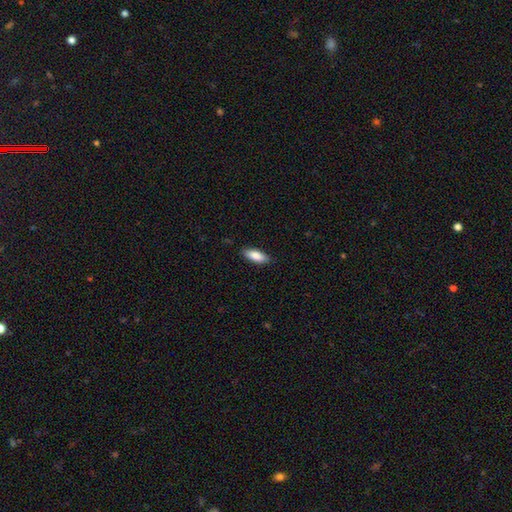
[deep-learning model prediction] Smooth or featured?
  - smooth: 86% *
  - featured or disk: 8%
  - star or artifact: 6%
How rounded?
  - in between: 74% *
  - cigar-shaped: 24%
  - round: 2%
Merging?
  - none: 86% *
  - minor disturbance: 10%
  - major disturbance: 2%
  - merger: 1%